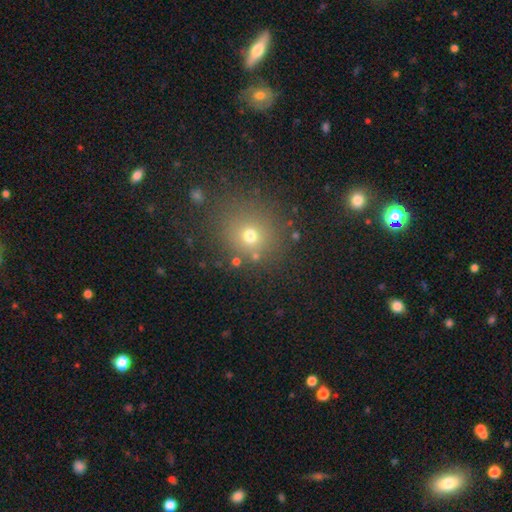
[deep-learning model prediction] Smooth or featured?
  - smooth: 66% *
  - star or artifact: 24%
  - featured or disk: 10%
How rounded?
  - round: 86% *
  - in between: 13%
  - cigar-shaped: 1%
Merging?
  - none: 81% *
  - minor disturbance: 10%
  - merger: 5%
  - major disturbance: 4%